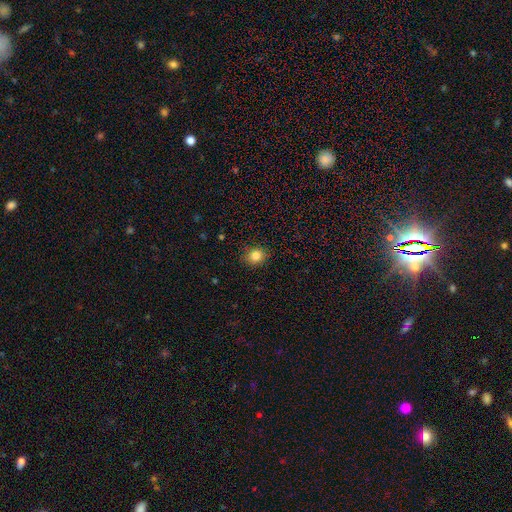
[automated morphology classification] Smooth or featured? Predicted: smooth (p=0.83). How rounded? Predicted: round (p=0.77). Merging? Predicted: none (p=0.89).